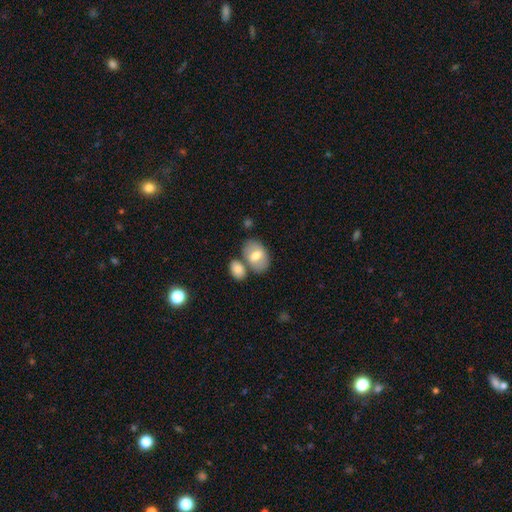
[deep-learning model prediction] A smooth galaxy with no disk features (67%) that is in between round and cigar-shaped (85%). Merging: none (58%).